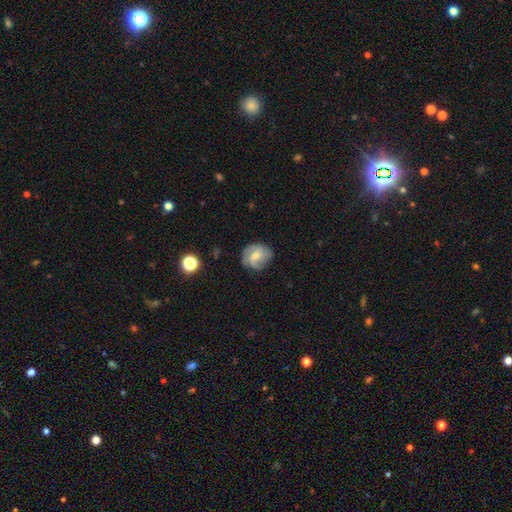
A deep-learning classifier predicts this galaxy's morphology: Smooth or featured?
  - featured or disk: 54% *
  - smooth: 38%
  - star or artifact: 8%
Edge-on disk?
  - no: 97% *
  - yes: 3%
Bar?
  - no: 58% *
  - weak: 35%
  - strong: 8%
Spiral arms?
  - yes: 83% *
  - no: 17%
Bulge size?
  - moderate: 48% *
  - small: 46%
  - none: 2%
  - large: 2%
  - dominant: 1%
Merging?
  - none: 62% *
  - minor disturbance: 26%
  - major disturbance: 10%
  - merger: 2%